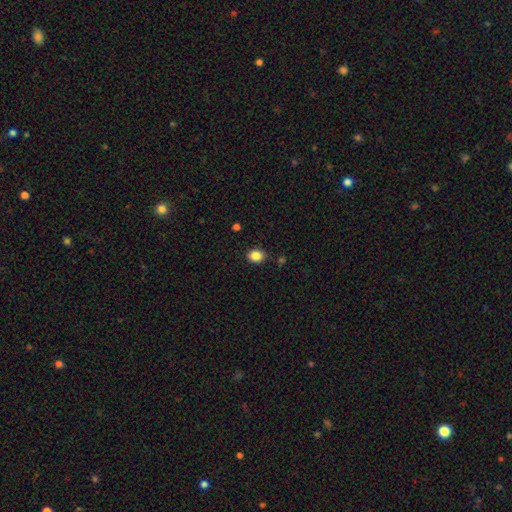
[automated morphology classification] A smooth galaxy with no disk features (85%) that is in between round and cigar-shaped (53%).

Vote fractions:
- Smooth or featured? smooth: 85% / star or artifact: 10% / featured or disk: 5%
- How rounded? in between: 53% / round: 46% / cigar-shaped: 1%
- Merging? none: 87% / minor disturbance: 9% / major disturbance: 2% / merger: 2%